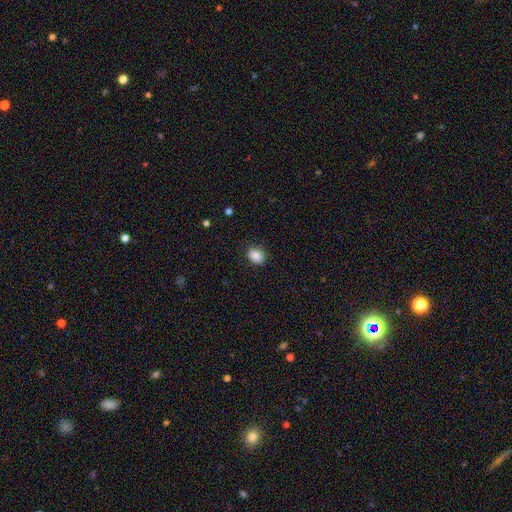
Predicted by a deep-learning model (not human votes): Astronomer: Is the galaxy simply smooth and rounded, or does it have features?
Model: smooth — 88%.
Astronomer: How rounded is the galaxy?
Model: in between — 61% (runner-up: round, 38%).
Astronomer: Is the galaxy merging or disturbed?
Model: none — 83%.